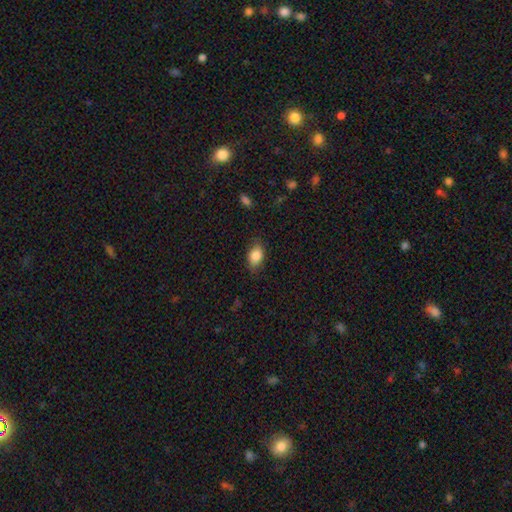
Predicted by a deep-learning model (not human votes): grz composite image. It shows a smooth galaxy with no disk features (85%) that is in between round and cigar-shaped (85%). Merging: none (80%).